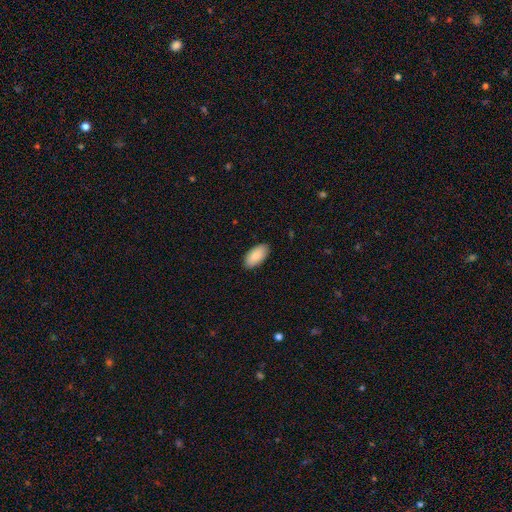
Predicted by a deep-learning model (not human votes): Smooth or featured: smooth — 88% (featured or disk — 6%)
How rounded: in between — 95% (cigar-shaped — 3%)
Merging: none — 89% (minor disturbance — 8%)